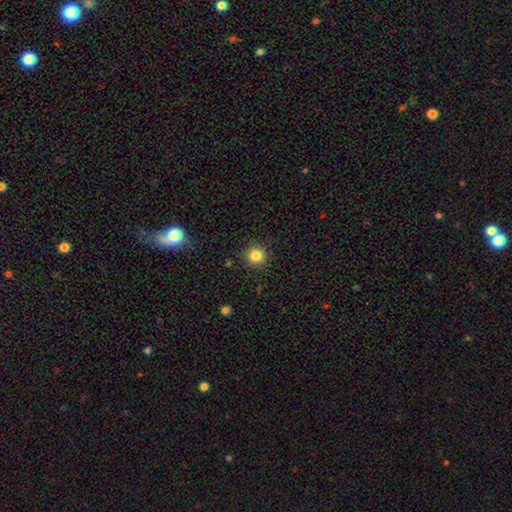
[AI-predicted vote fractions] Morphology: type=smooth (84%); roundness=round (94%); merging=none (90%).